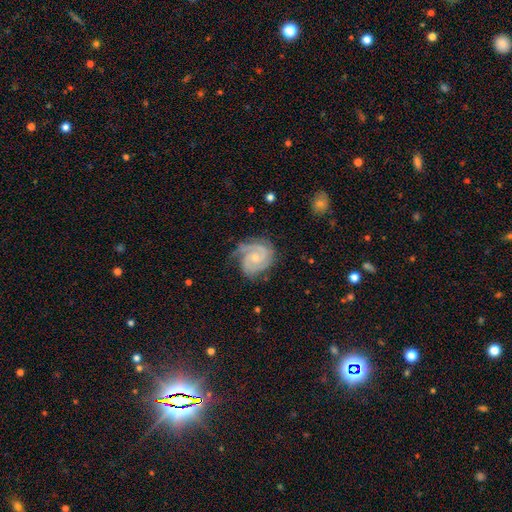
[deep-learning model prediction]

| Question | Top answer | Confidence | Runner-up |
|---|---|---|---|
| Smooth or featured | featured or disk | 88% | smooth (7%) |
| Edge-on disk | no | 98% | yes (2%) |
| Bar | no | 63% | weak (31%) |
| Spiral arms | yes | 98% | no (2%) |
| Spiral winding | tight | 62% | medium (32%) |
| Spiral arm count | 2 | 65% | 3 (16%) |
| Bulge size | small | 59% | moderate (32%) |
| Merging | none | 67% | minor disturbance (22%) |